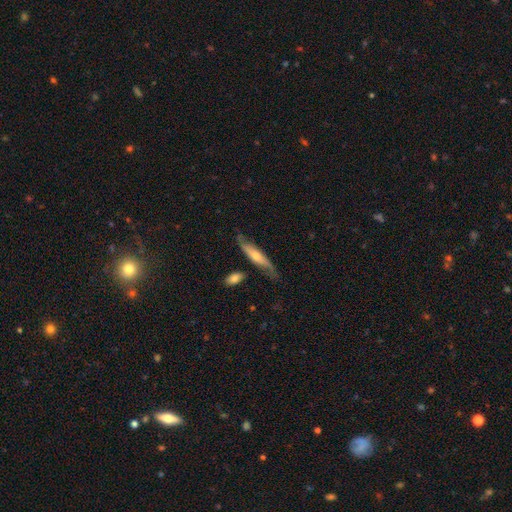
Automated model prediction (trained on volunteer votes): A featured or disk galaxy (54%) viewed edge-on (54%).

Vote fractions:
- Smooth or featured? featured or disk: 54% / smooth: 40% / star or artifact: 6%
- Edge-on disk? yes: 54% / no: 46%
- Merging? none: 64% / minor disturbance: 23% / major disturbance: 8% / merger: 5%